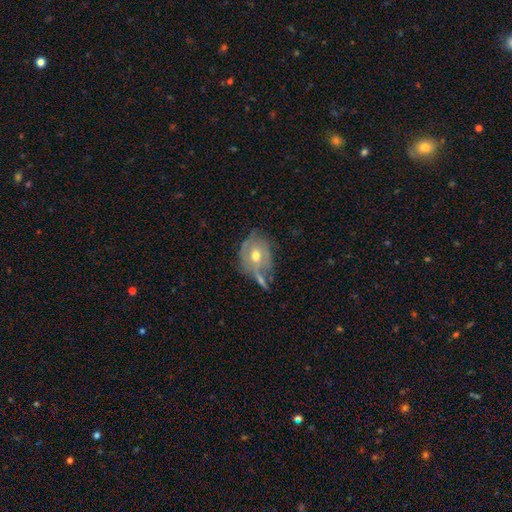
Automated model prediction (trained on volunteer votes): Q: Smooth or featured?
A: featured or disk (60%); runner-up: smooth (31%)
Q: Edge-on disk?
A: no (93%); runner-up: yes (7%)
Q: Bar?
A: no (65%); runner-up: weak (27%)
Q: Spiral arms?
A: yes (52%); runner-up: no (48%)
Q: Bulge size?
A: moderate (76%); runner-up: small (18%)
Q: Merging?
A: none (41%); runner-up: minor disturbance (25%)